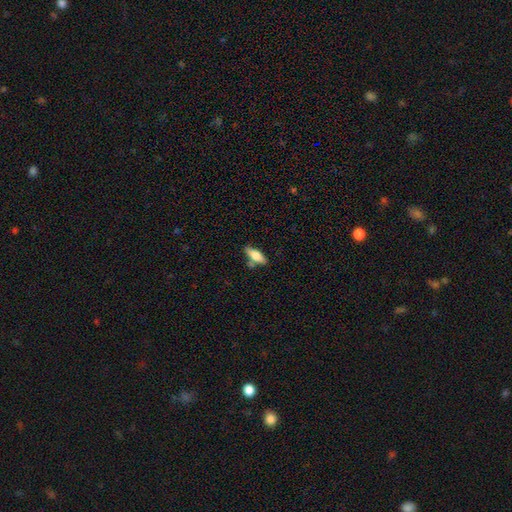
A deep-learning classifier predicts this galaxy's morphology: Smooth or featured? smooth (71%)
How rounded? in between (64%)
Merging? none (66%)